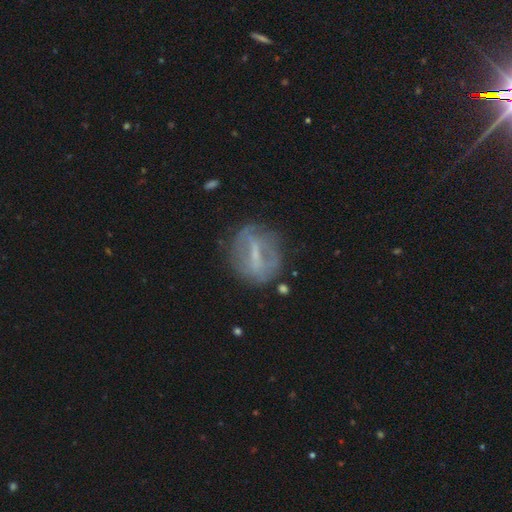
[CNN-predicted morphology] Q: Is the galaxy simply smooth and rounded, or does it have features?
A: featured or disk — 63%.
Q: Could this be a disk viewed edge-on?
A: no — 88%.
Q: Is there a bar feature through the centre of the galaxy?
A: strong — 57%.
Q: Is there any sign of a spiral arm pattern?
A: no — 62%.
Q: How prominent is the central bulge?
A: small — 42%.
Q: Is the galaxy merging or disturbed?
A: none — 71%.